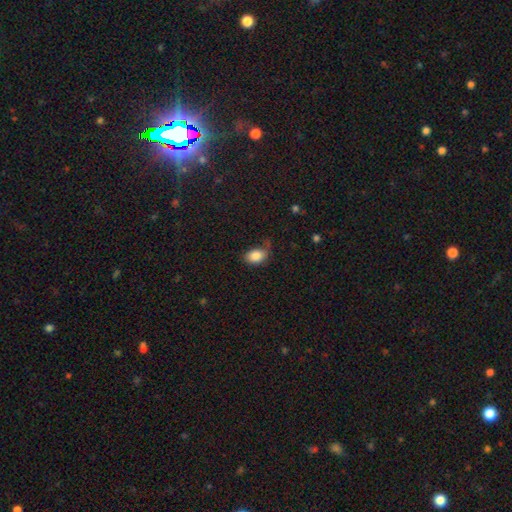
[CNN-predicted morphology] type=smooth (86%); roundness=in between (81%); merging=none (57%).